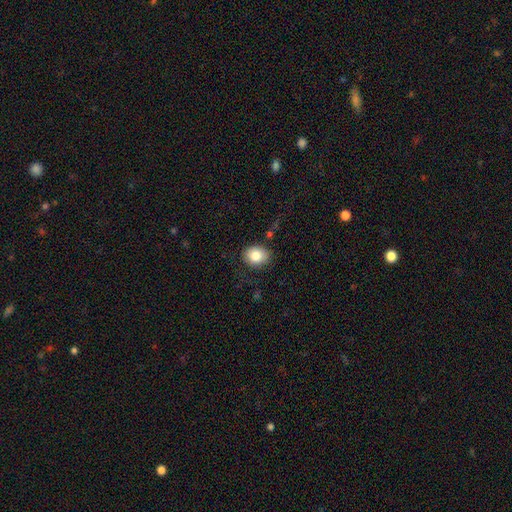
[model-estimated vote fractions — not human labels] Smooth or featured? smooth (83%)
How rounded? round (56%)
Merging? none (82%)